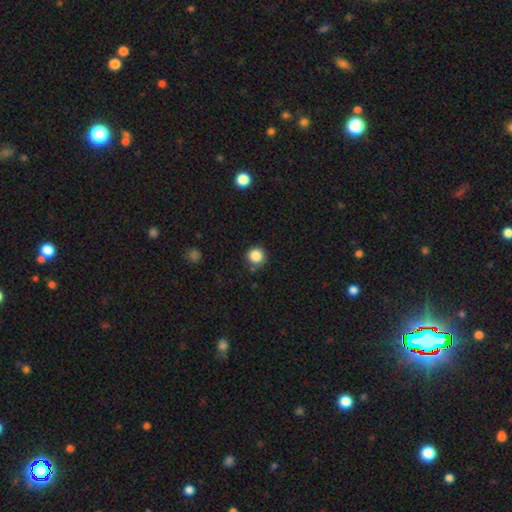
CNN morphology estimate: Q: Smooth or featured?
A: smooth (86%); runner-up: star or artifact (11%)
Q: How rounded?
A: round (95%); runner-up: in between (4%)
Q: Merging?
A: none (85%); runner-up: minor disturbance (9%)